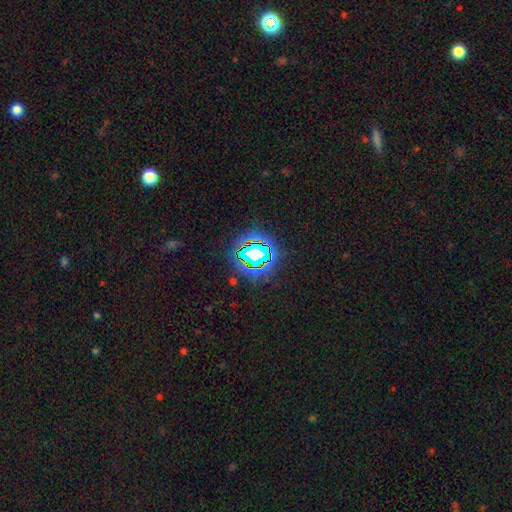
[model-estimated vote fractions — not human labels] Q: Smooth or featured?
A: star or artifact (73%); runner-up: smooth (16%)